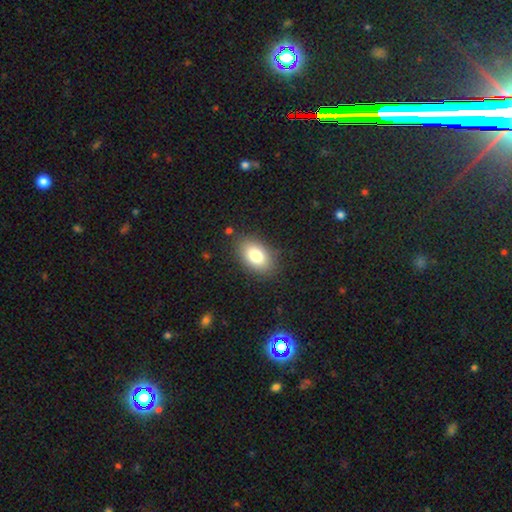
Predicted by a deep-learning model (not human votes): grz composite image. It shows a smooth galaxy with no disk features (81%) that is in between round and cigar-shaped (89%). Merging: none (85%).